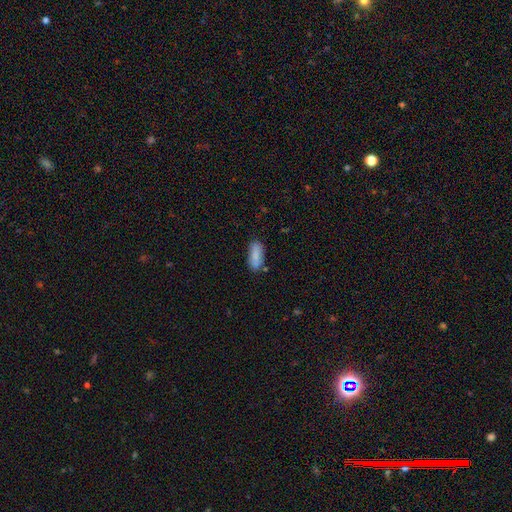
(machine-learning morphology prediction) Smooth or featured: smooth — 84% (featured or disk — 9%)
How rounded: in between — 80% (cigar-shaped — 17%)
Merging: none — 74% (minor disturbance — 18%)